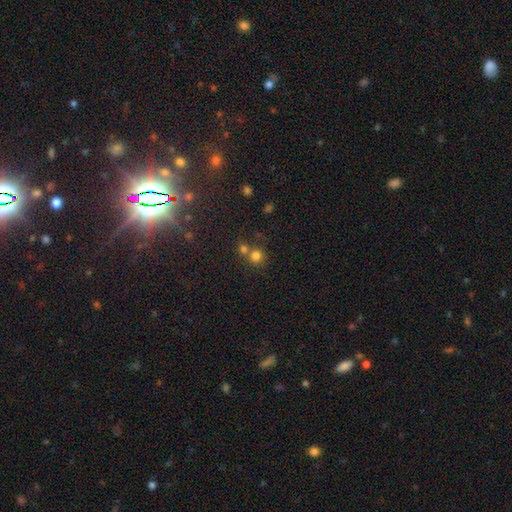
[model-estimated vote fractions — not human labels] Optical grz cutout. It shows a smooth galaxy with no disk features (77%) that is round (90%). Merging: none (54%).